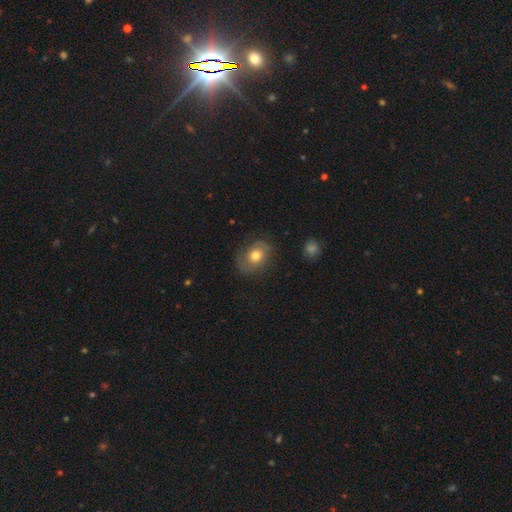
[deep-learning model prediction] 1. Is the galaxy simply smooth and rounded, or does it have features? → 49% smooth, 43% featured or disk, 8% star or artifact.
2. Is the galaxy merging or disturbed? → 73% none, 18% minor disturbance, 7% major disturbance, 1% merger.